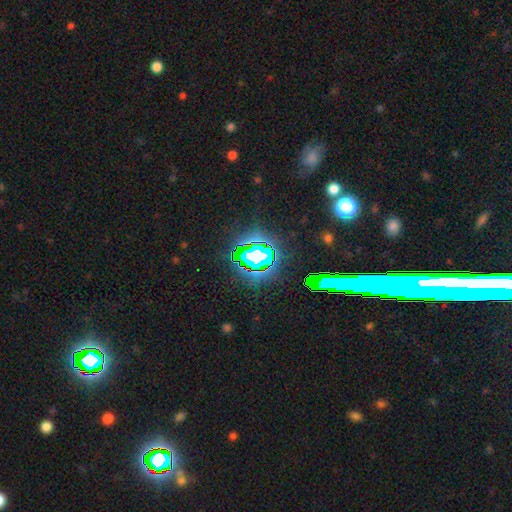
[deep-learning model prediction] Smooth or featured? Predicted: star or artifact (p=0.74).